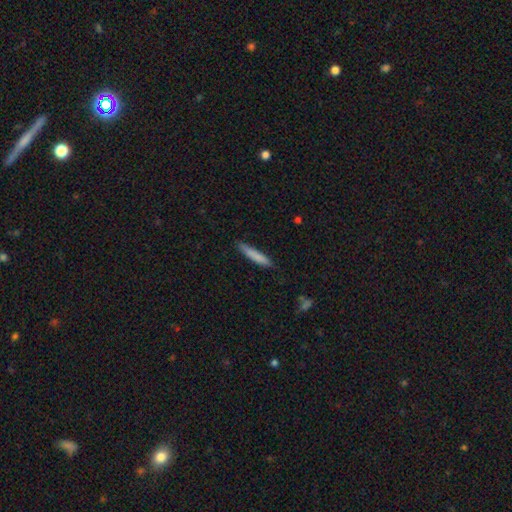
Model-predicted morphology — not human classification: Smooth or featured?
  - smooth: 81% *
  - featured or disk: 13%
  - star or artifact: 6%
How rounded?
  - cigar-shaped: 91% *
  - in between: 8%
  - round: 1%
Merging?
  - none: 82% *
  - minor disturbance: 15%
  - major disturbance: 2%
  - merger: 1%